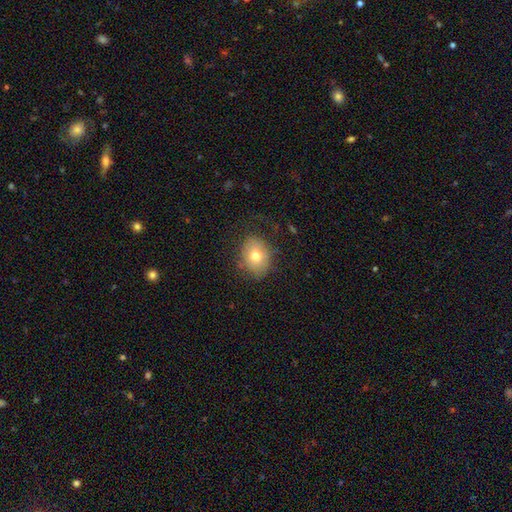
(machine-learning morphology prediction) A smooth galaxy with no disk features (72%) that is in between round and cigar-shaped (50%). Merging: none (72%).